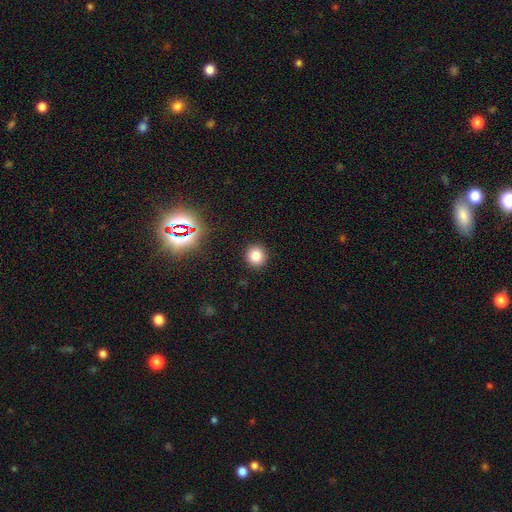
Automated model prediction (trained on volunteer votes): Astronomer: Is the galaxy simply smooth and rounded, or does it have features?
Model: smooth — 80%.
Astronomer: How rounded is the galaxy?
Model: round — 92%.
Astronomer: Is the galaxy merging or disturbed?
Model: none — 91%.